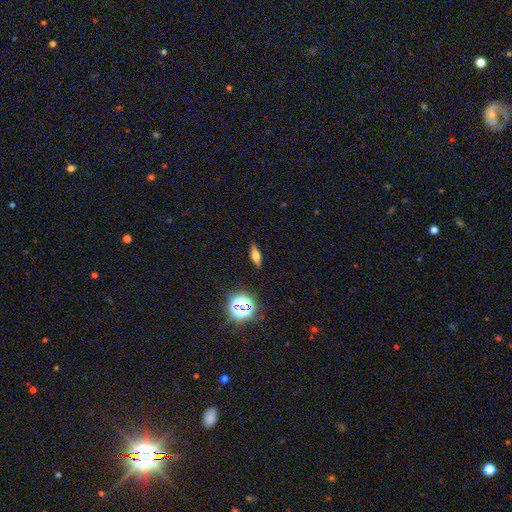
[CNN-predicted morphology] Smooth or featured?
  - smooth: 51% *
  - featured or disk: 33%
  - star or artifact: 16%
How rounded?
  - in between: 49% *
  - cigar-shaped: 43%
  - round: 8%
Merging?
  - none: 87% *
  - minor disturbance: 9%
  - major disturbance: 3%
  - merger: 1%